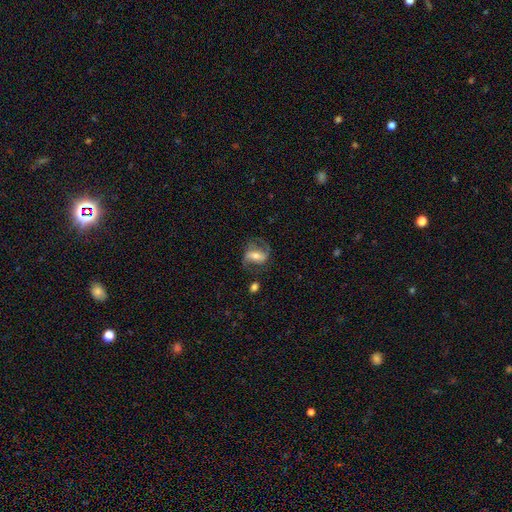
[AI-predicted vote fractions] featured or disk 71%, smooth 22%, star or artifact 8%. Down the decision tree: edge-on disk — no (95%); bar — strong (46%); spiral arms — yes (88%); spiral arm count — 2 (85%); spiral winding — medium (46%); bulge size — moderate (59%); merging — none (65%).